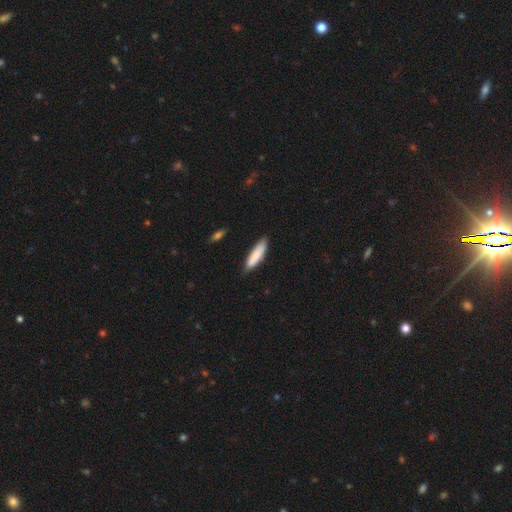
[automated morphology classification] This is clearly a smooth galaxy (85%). How rounded: likely cigar-shaped (68%). Merging: likely none (80%).